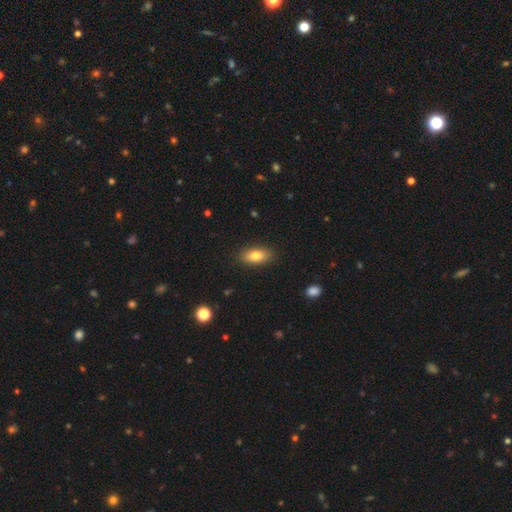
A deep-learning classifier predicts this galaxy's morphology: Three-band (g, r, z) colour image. It shows a smooth galaxy with no disk features (80%) that is in between round and cigar-shaped (86%). Merging: none (87%).